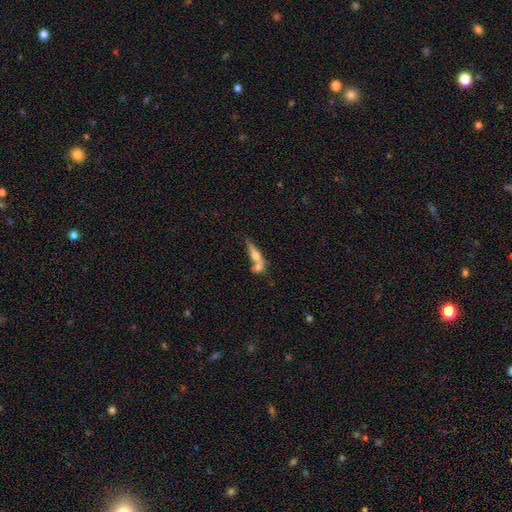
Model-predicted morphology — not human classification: Smooth or featured? Predicted: smooth (p=0.49). Merging? Predicted: merger (p=0.52).